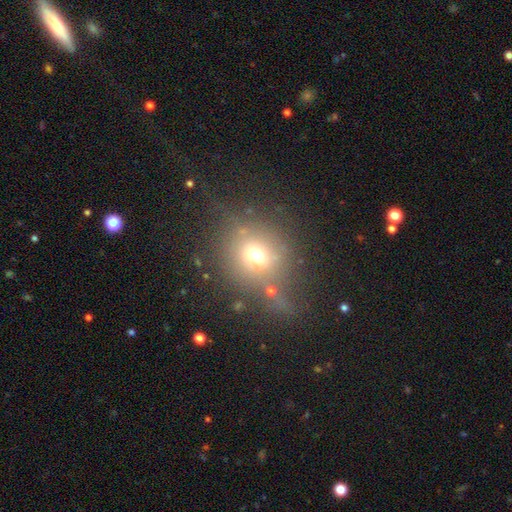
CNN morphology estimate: The model was most divided on "merging": none: 57%, minor disturbance: 18%, major disturbance: 16%, merger: 9%. More confident: how rounded — round (81%); smooth or featured — smooth (64%).